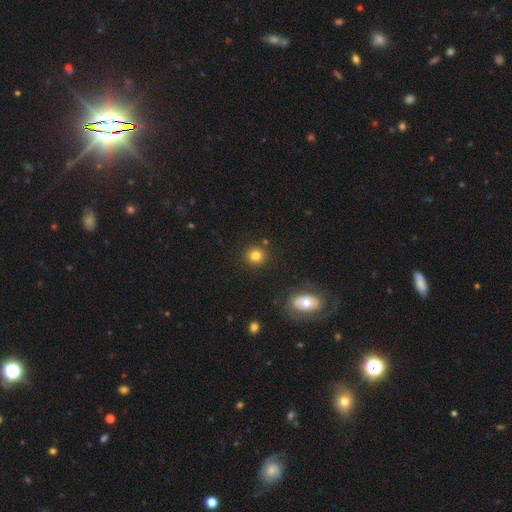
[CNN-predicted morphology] Smooth or featured? smooth (81%)
How rounded? round (90%)
Merging? none (88%)